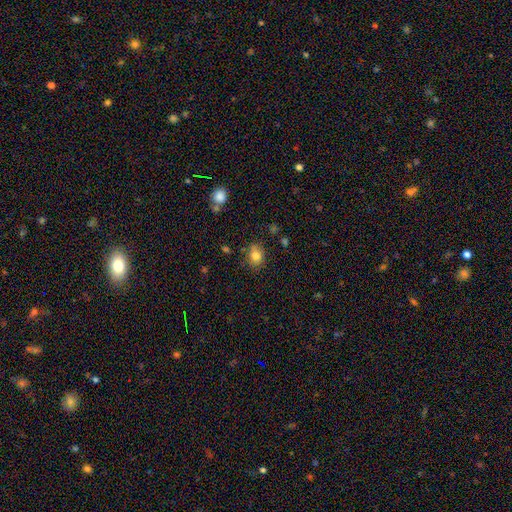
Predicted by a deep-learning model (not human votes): Smooth or featured? smooth (81%)
How rounded? in between (54%)
Merging? none (74%)